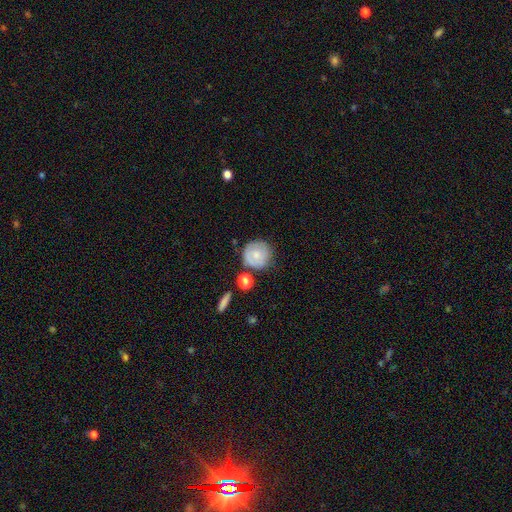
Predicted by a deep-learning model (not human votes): Smooth or featured?
  - smooth: 73% *
  - featured or disk: 19%
  - star or artifact: 8%
How rounded?
  - round: 93% *
  - in between: 6%
  - cigar-shaped: 1%
Merging?
  - none: 69% *
  - minor disturbance: 18%
  - merger: 8%
  - major disturbance: 5%